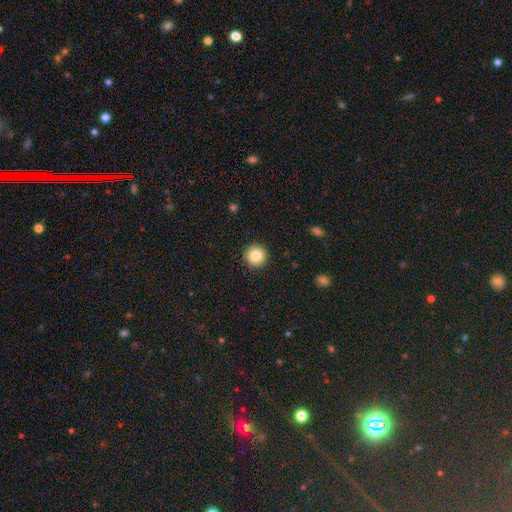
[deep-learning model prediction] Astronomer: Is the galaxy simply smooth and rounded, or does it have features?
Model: smooth — 83%.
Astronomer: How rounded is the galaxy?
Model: round — 96%.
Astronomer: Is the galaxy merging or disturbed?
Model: none — 93%.